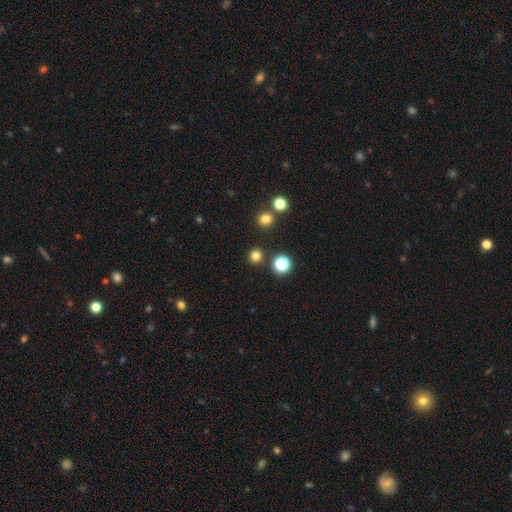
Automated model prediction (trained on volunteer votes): Smooth or featured? smooth (78%)
How rounded? round (92%)
Merging? none (88%)